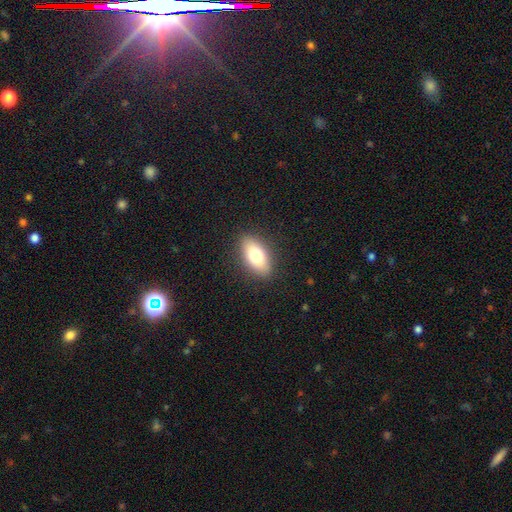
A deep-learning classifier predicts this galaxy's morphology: Smooth or featured: smooth — 75% (featured or disk — 17%)
How rounded: in between — 88% (cigar-shaped — 8%)
Merging: none — 88% (minor disturbance — 9%)